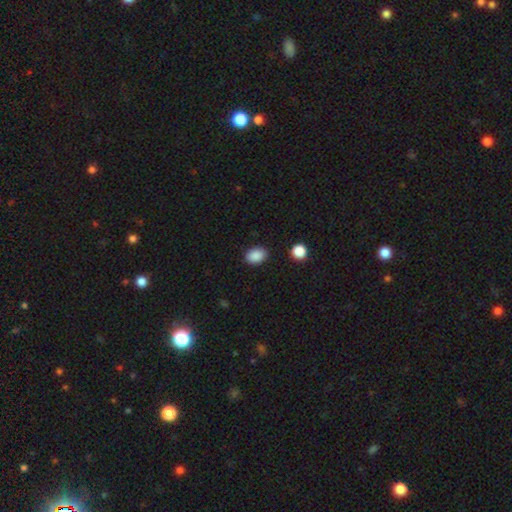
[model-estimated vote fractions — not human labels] Overall: smooth (88%). How rounded: in between (74%). Merging: none (86%).